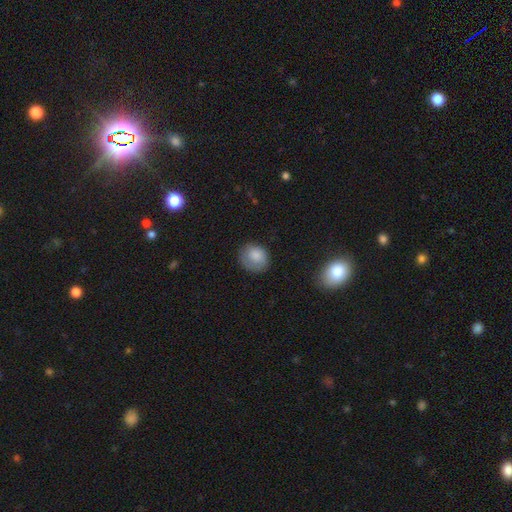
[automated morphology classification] A smooth galaxy with no disk features (81%) that is round (73%). Merging: none (71%).